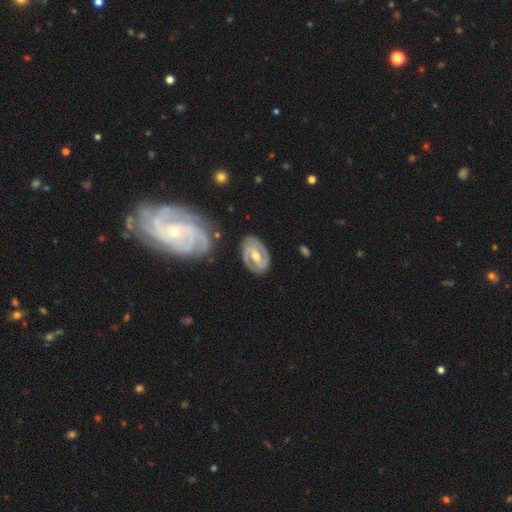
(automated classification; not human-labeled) smooth_or_featured: featured or disk (p=0.84) [alt: smooth p=0.12]
disk_edge_on: no (p=0.96) [alt: yes p=0.04]
bar: strong (p=0.42) [alt: weak p=0.39]
has_spiral_arms: yes (p=0.92) [alt: no p=0.08]
spiral_winding: tight (p=0.46) [alt: medium p=0.41]
spiral_arm_count: 2 (p=0.84) [alt: can't tell p=0.07]
bulge_size: moderate (p=0.63) [alt: small p=0.33]
merging: none (p=0.77) [alt: minor disturbance p=0.15]